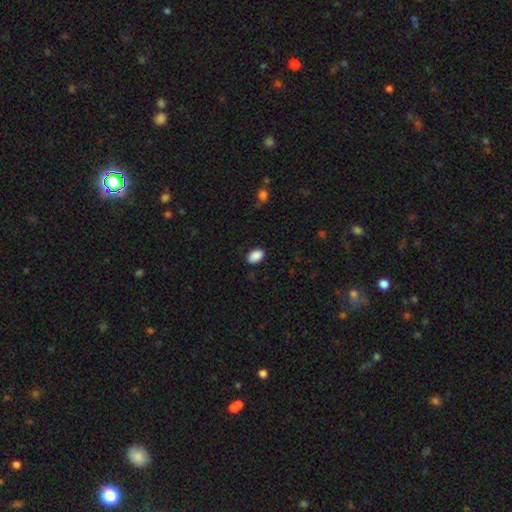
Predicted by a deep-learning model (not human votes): smooth_or_featured: smooth (p=0.90) [alt: star or artifact p=0.08]
how_rounded: in between (p=0.90) [alt: round p=0.09]
merging: none (p=0.87) [alt: minor disturbance p=0.10]